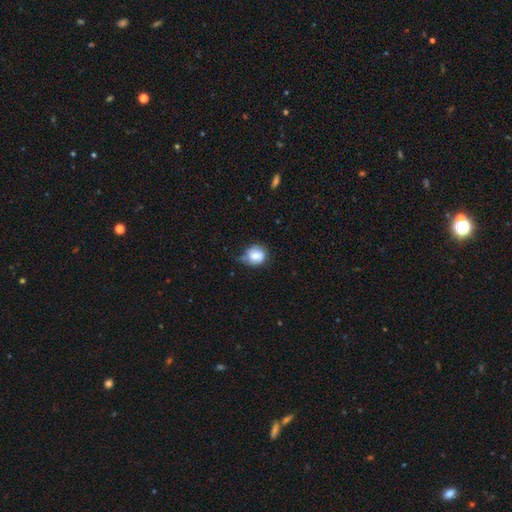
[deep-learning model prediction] This appears to be a smooth galaxy with no disk features (76%) that is round (78%). Merging: none (48%).